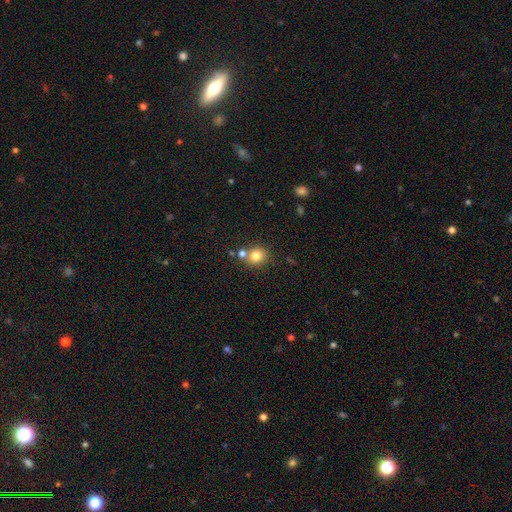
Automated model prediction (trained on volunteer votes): This is likely a smooth galaxy (80%). How rounded: clearly round (84%). Merging: likely none (67%).